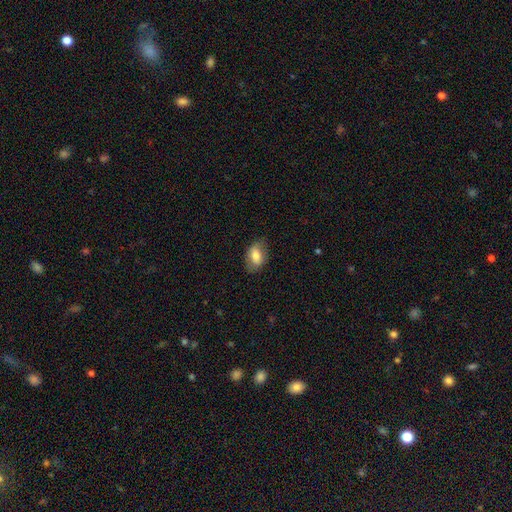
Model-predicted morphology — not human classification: Smooth or featured?
  - smooth: 70% *
  - featured or disk: 23%
  - star or artifact: 7%
How rounded?
  - in between: 86% *
  - round: 11%
  - cigar-shaped: 2%
Merging?
  - none: 73% *
  - minor disturbance: 20%
  - major disturbance: 6%
  - merger: 1%